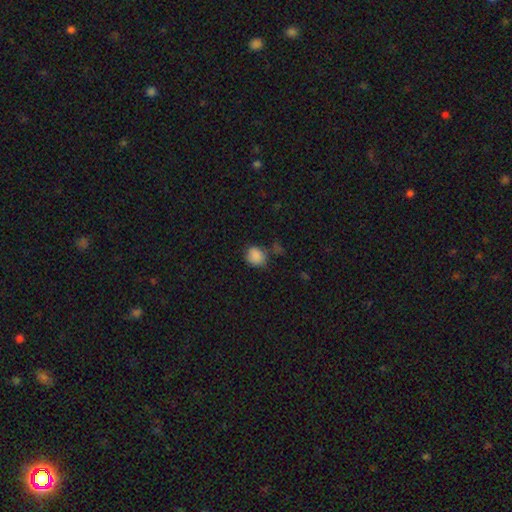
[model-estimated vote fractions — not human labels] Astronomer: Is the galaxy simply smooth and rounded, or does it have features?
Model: smooth — 86%.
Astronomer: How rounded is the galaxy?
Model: round — 70%.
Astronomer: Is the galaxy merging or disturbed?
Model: none — 65%.